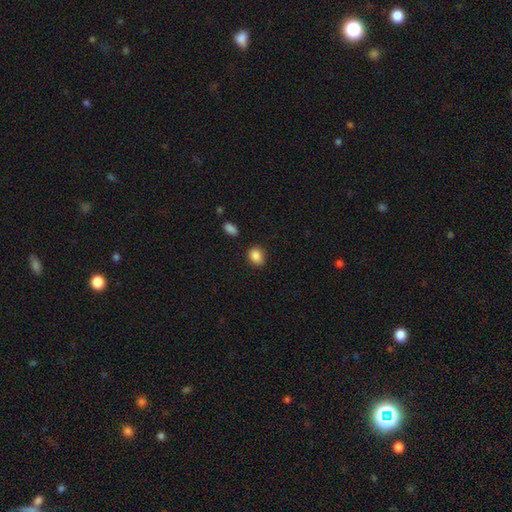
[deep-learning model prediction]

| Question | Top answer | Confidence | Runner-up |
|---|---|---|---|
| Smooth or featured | smooth | 87% | star or artifact (9%) |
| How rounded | round | 51% | in between (48%) |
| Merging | none | 80% | minor disturbance (15%) |